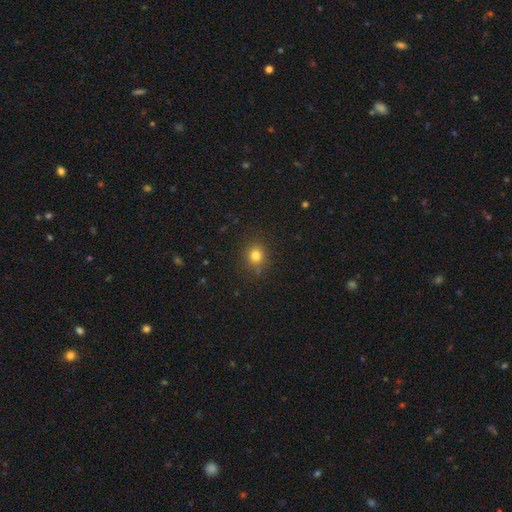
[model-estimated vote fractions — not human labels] A smooth galaxy with no disk features (81%) that is round (81%).

Vote fractions:
- Smooth or featured? smooth: 81% / star or artifact: 13% / featured or disk: 6%
- How rounded? round: 81% / in between: 18% / cigar-shaped: 1%
- Merging? none: 84% / minor disturbance: 11% / major disturbance: 3% / merger: 2%